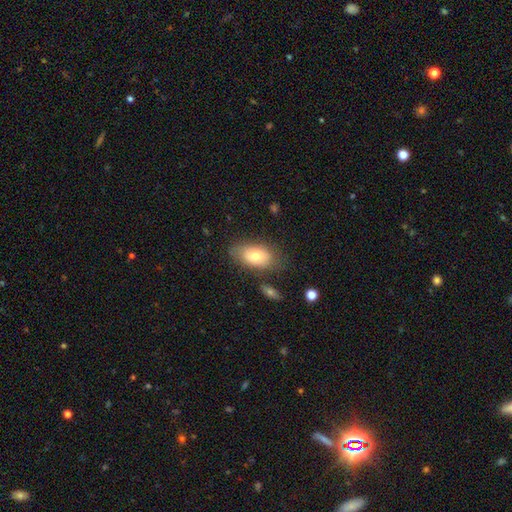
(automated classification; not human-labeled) Smooth or featured? smooth (72%)
How rounded? in between (90%)
Merging? none (71%)